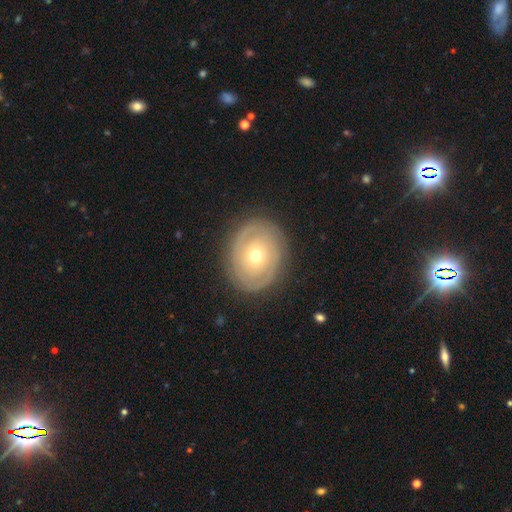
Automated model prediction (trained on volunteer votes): This is likely a featured or disk galaxy (71%). It is clearly not viewed edge-on (96%). Bar: clearly no (81%). Spiral arm pattern: likely yes (75%). Spiral arm count: possibly 2 (54%). Spiral winding: likely tight (73%). Central bulge: possibly moderate (49%). Merging: clearly none (85%).